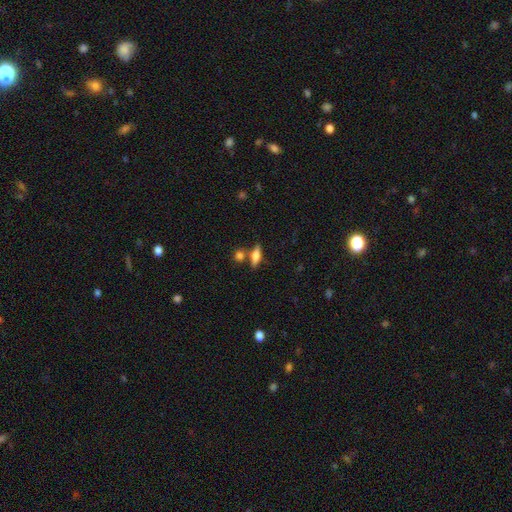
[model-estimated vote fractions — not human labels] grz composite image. It shows a smooth galaxy with no disk features (62%) that is in between round and cigar-shaped (51%). Merging: none (69%).